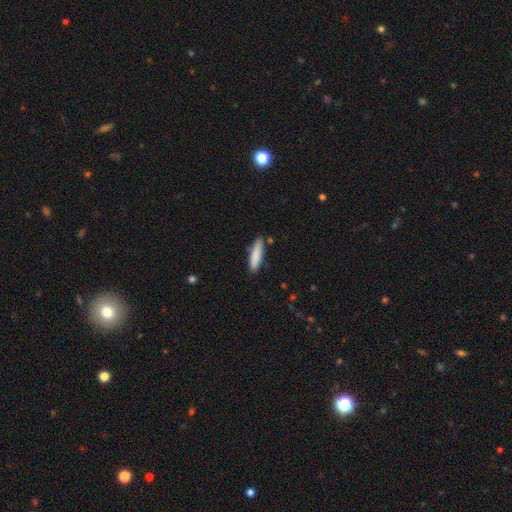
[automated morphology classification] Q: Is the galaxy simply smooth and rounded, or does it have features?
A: smooth — 85%.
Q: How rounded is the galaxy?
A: cigar-shaped — 71%.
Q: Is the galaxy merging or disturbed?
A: none — 80%.